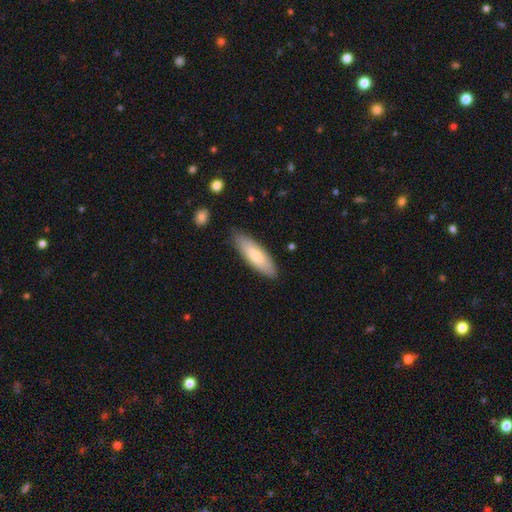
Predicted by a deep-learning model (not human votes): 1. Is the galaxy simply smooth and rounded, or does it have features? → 73% smooth, 22% featured or disk, 5% star or artifact.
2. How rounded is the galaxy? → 52% in between, 46% cigar-shaped, 2% round.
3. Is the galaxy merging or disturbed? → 84% none, 12% minor disturbance, 2% major disturbance, 1% merger.